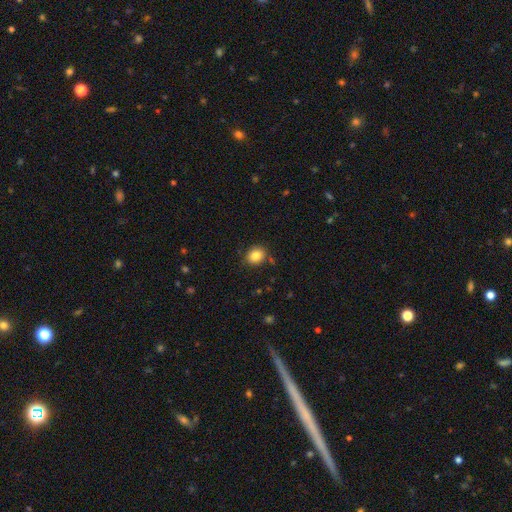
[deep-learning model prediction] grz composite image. It shows a smooth galaxy with no disk features (84%) that is round (63%). Merging: none (84%).